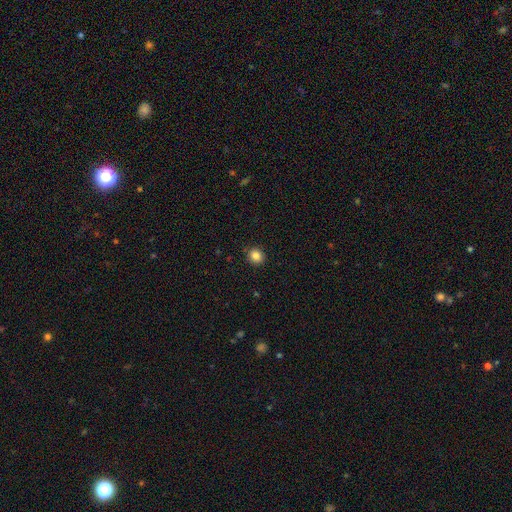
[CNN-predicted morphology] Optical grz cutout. It shows a smooth galaxy with no disk features (84%) that is round (81%). Merging: none (91%).